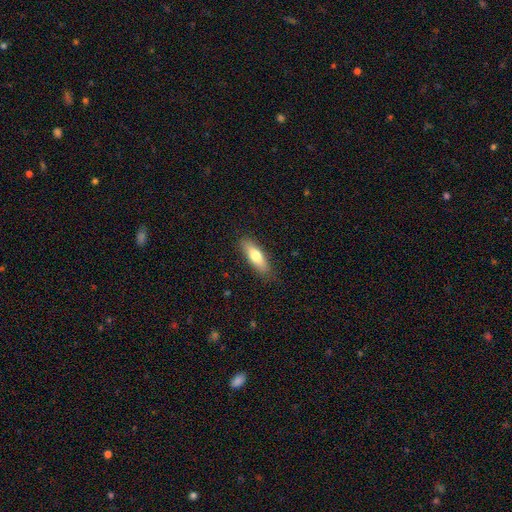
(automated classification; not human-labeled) This appears to be a smooth galaxy with no disk features (72%) that is in between round and cigar-shaped (53%). Merging: none (85%).